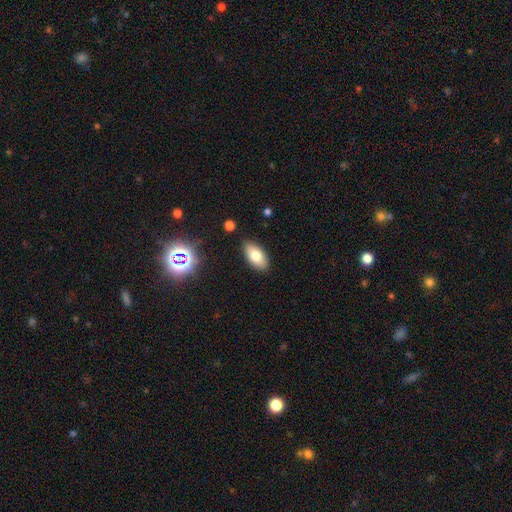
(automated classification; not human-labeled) Overall: smooth (75%). How rounded: in between (92%). Merging: none (87%).